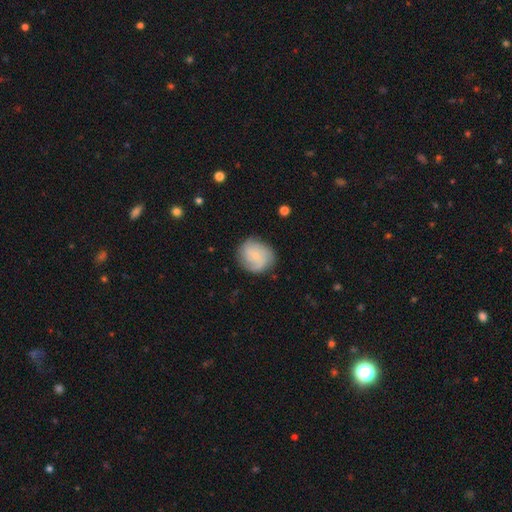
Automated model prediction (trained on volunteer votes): This appears to be a featured or disk galaxy (55%) with no bar (71%), spiral arms (90%) and a small central bulge (70%). Merging: none (76%).